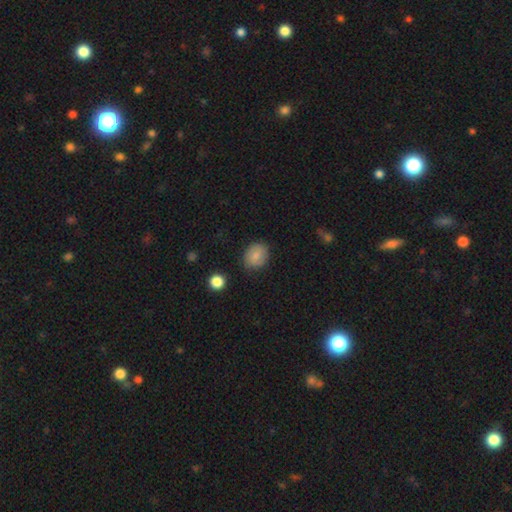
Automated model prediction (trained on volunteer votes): A smooth galaxy with no disk features (81%) that is round (56%). Merging: none (82%).